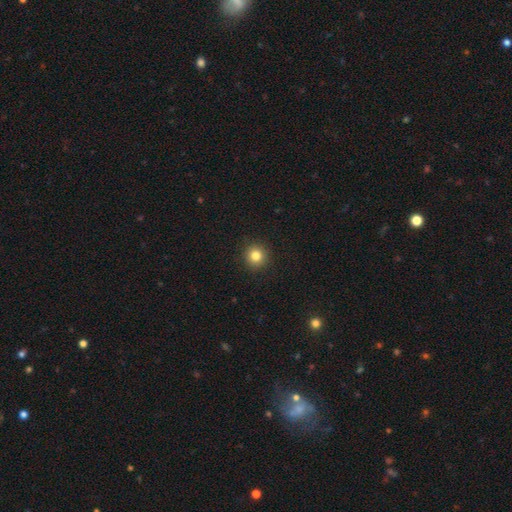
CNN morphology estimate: Q: Smooth or featured?
A: smooth (82%); runner-up: star or artifact (12%)
Q: How rounded?
A: round (94%); runner-up: in between (5%)
Q: Merging?
A: none (93%); runner-up: minor disturbance (5%)